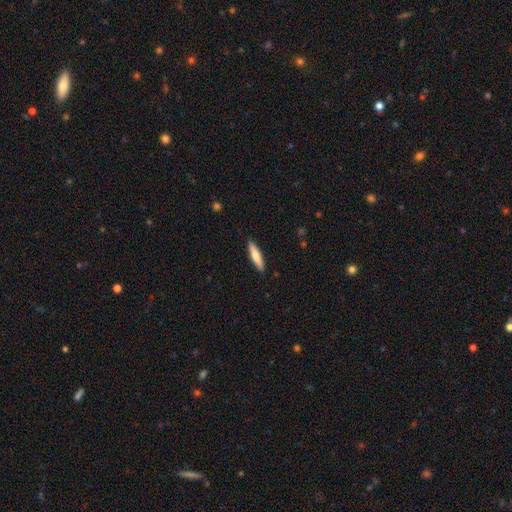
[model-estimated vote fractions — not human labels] Smooth or featured?
  - smooth: 64% *
  - featured or disk: 31%
  - star or artifact: 5%
How rounded?
  - cigar-shaped: 81% *
  - in between: 18%
  - round: 2%
Merging?
  - none: 90% *
  - minor disturbance: 8%
  - major disturbance: 2%
  - merger: 1%